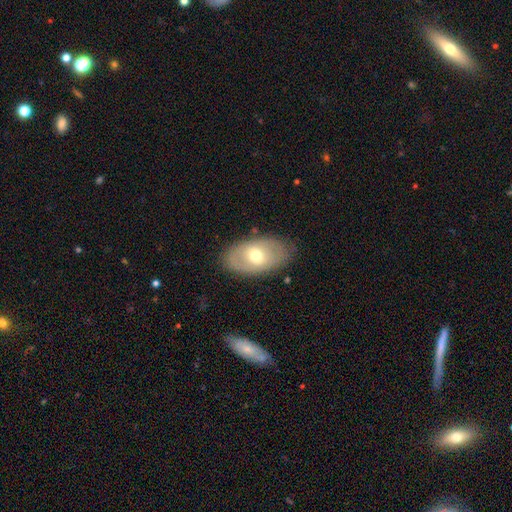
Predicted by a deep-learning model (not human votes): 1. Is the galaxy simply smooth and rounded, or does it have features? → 53% smooth, 41% featured or disk, 7% star or artifact.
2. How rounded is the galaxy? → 90% in between, 8% round, 2% cigar-shaped.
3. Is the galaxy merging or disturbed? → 81% none, 13% minor disturbance, 4% major disturbance, 1% merger.